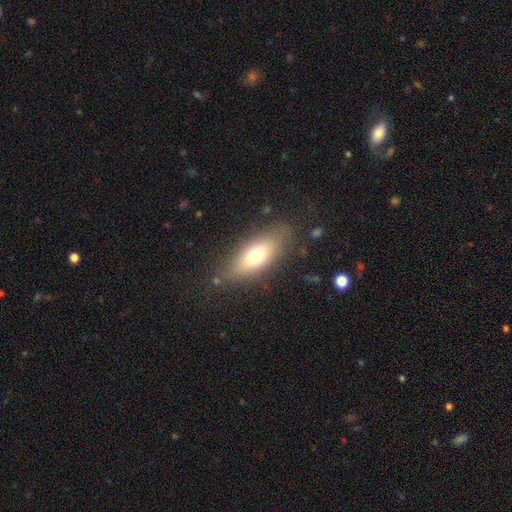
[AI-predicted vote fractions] Smooth or featured?
  - smooth: 68% *
  - featured or disk: 23%
  - star or artifact: 9%
How rounded?
  - in between: 74% *
  - cigar-shaped: 21%
  - round: 5%
Merging?
  - none: 80% *
  - minor disturbance: 13%
  - major disturbance: 5%
  - merger: 2%